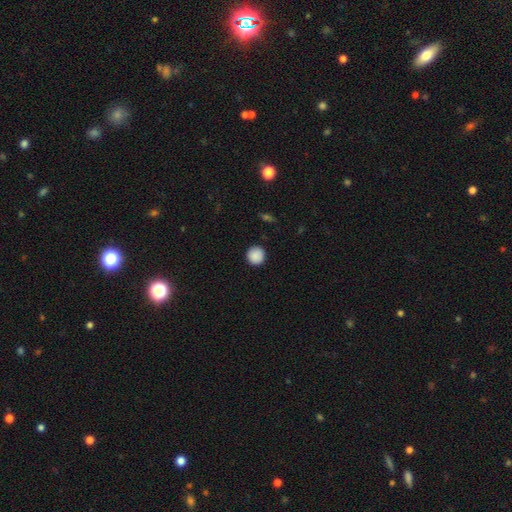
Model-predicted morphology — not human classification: The model was most divided on "smooth or featured": smooth: 89%, star or artifact: 8%, featured or disk: 3%. More confident: how rounded — round (95%); merging — none (92%).